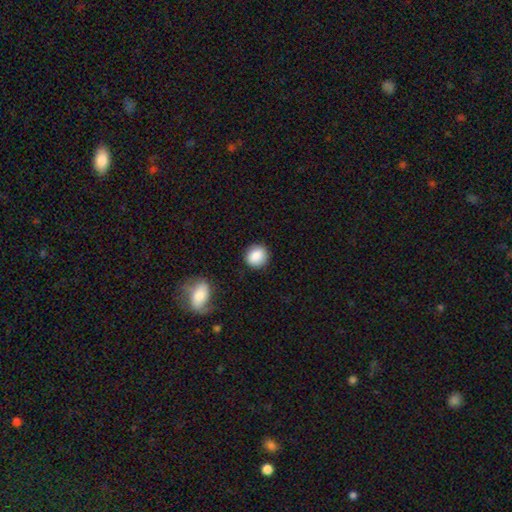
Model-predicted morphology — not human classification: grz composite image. It shows a smooth galaxy with no disk features (87%) that is round (84%). Merging: none (88%).